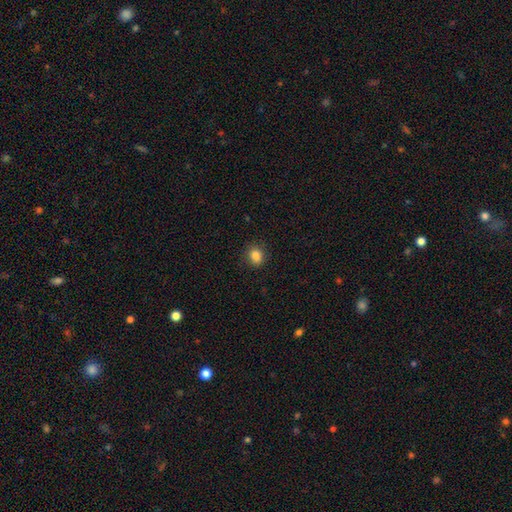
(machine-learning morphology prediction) type=smooth (85%); roundness=round (65%); merging=none (88%).